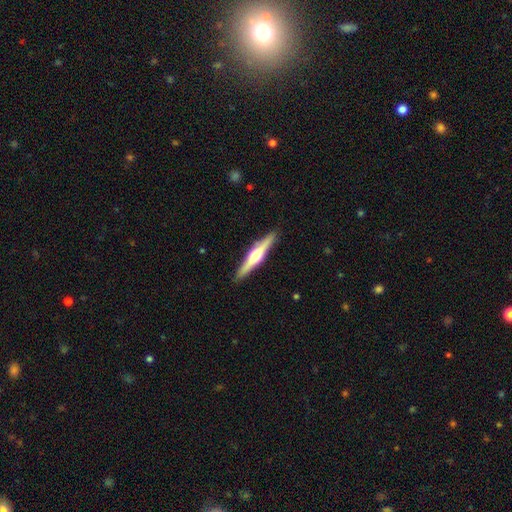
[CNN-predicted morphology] Smooth or featured? Predicted: featured or disk (p=0.69). Edge-on disk? Predicted: yes (p=0.97). Edge-on bulge? Predicted: rounded (p=0.91). Merging? Predicted: none (p=0.91).